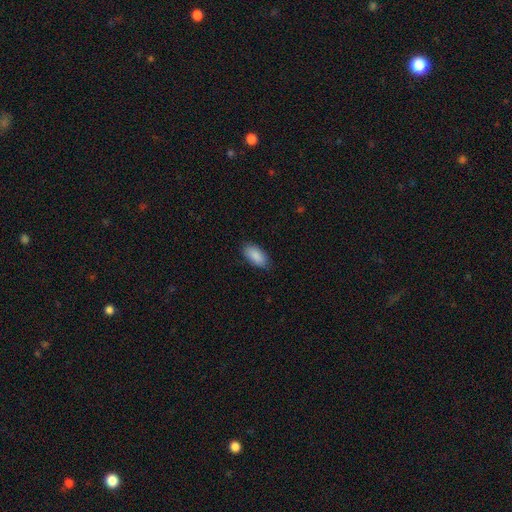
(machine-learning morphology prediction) Smooth or featured? smooth (89%)
How rounded? in between (92%)
Merging? none (83%)